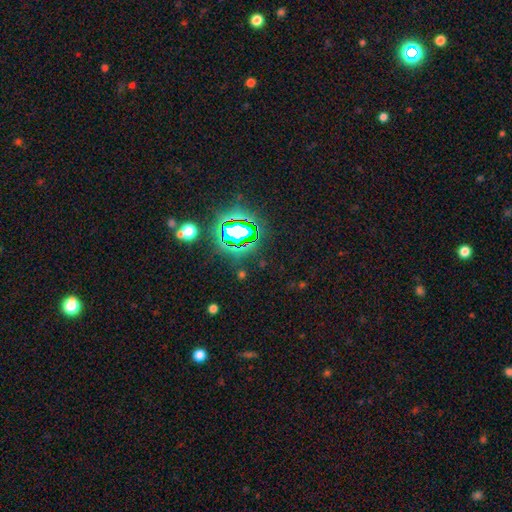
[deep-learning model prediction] Smooth or featured: star or artifact — 81% (smooth — 11%)